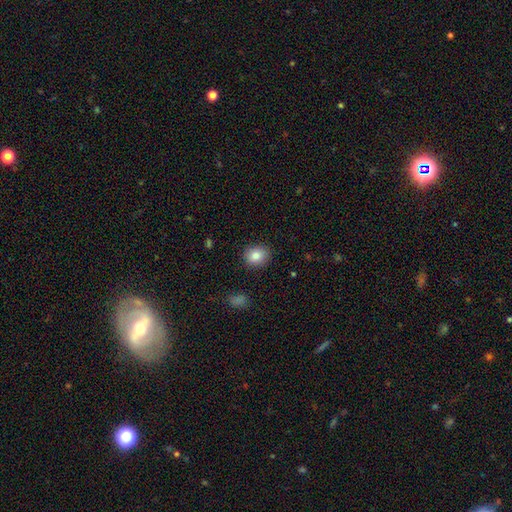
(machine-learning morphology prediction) A smooth galaxy with no disk features (83%) that is round (63%).

Vote fractions:
- Smooth or featured? smooth: 83% / star or artifact: 9% / featured or disk: 8%
- How rounded? round: 63% / in between: 36% / cigar-shaped: 1%
- Merging? none: 88% / minor disturbance: 9% / major disturbance: 2% / merger: 1%